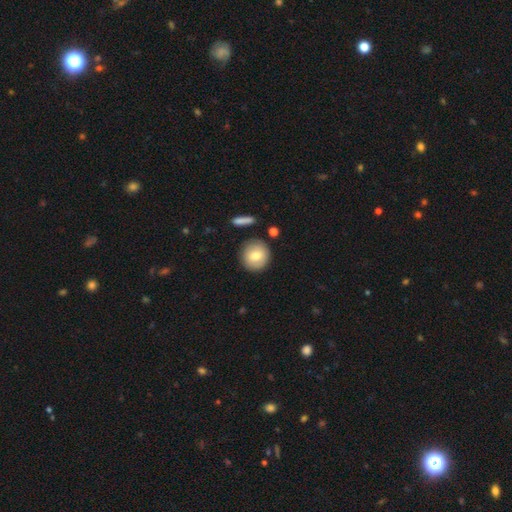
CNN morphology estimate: smooth 76%, featured or disk 17%, star or artifact 7%. Down the decision tree: how rounded — round (90%); merging — none (84%).